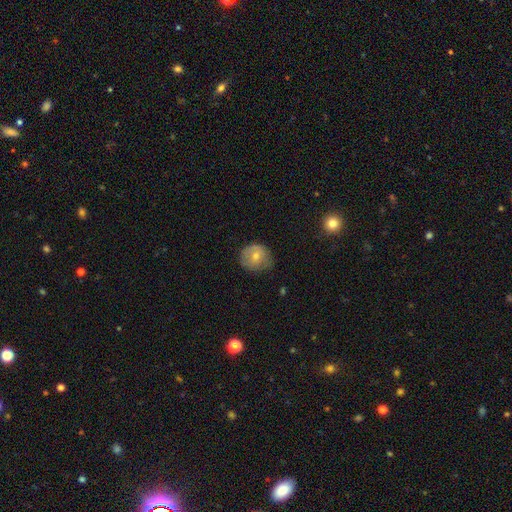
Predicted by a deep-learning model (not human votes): Smooth or featured? smooth (60%)
How rounded? round (83%)
Merging? none (70%)